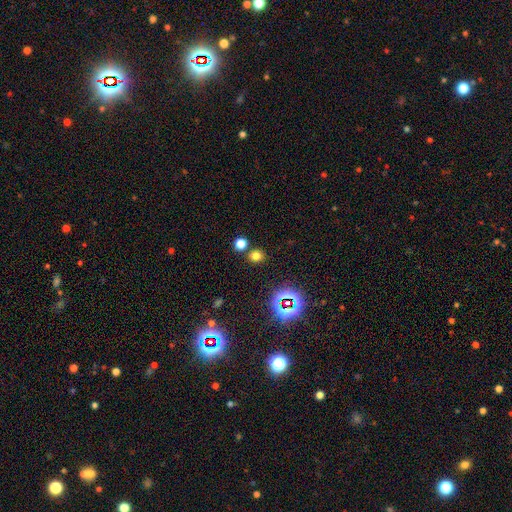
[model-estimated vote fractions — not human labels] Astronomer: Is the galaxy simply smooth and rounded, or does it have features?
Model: smooth — 70%.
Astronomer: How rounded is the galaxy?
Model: round — 79%.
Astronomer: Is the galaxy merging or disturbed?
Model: none — 81%.